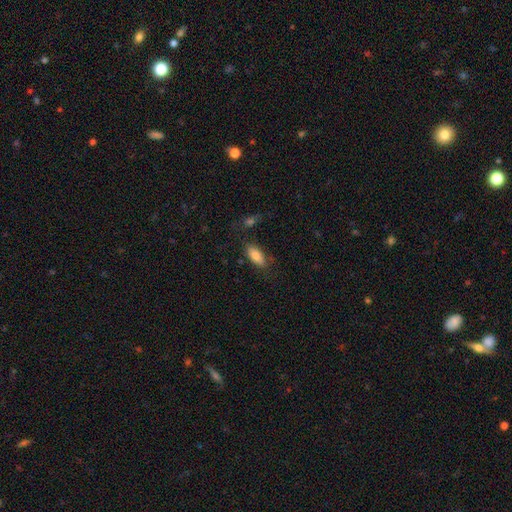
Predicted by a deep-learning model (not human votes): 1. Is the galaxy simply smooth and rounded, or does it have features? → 81% smooth, 12% featured or disk, 7% star or artifact.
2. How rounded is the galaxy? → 83% in between, 15% cigar-shaped, 2% round.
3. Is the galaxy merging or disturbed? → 75% none, 16% minor disturbance, 5% major disturbance, 4% merger.